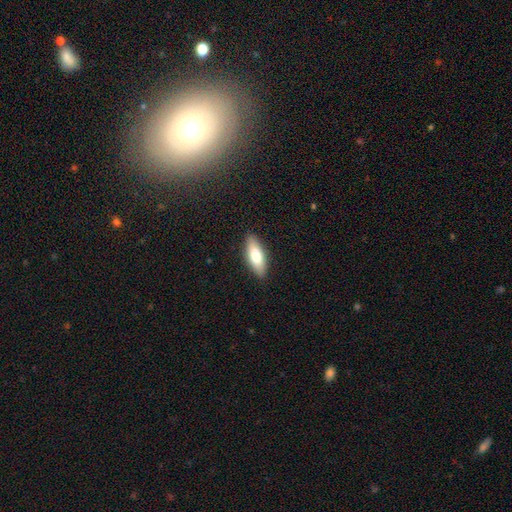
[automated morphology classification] smooth 75%, featured or disk 19%, star or artifact 6%. Down the decision tree: how rounded — in between (71%); merging — none (88%).